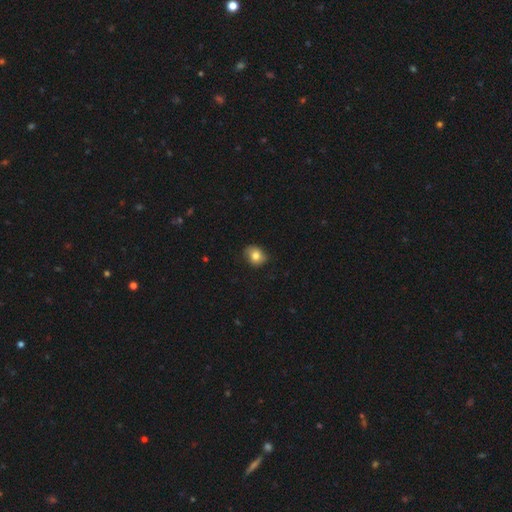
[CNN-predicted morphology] A smooth galaxy with no disk features (81%) that is round (58%). Merging: none (79%).